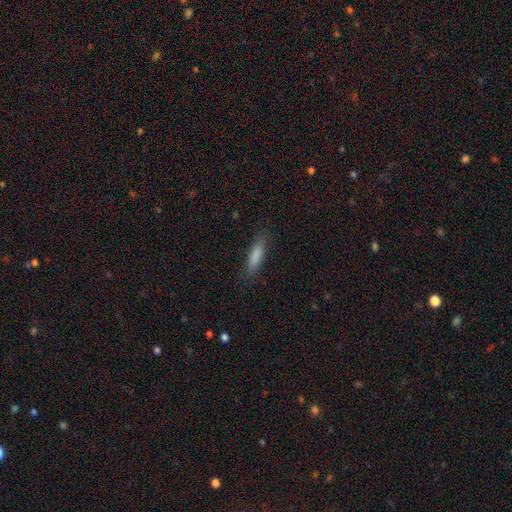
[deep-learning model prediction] smooth-or-featured: smooth: 84% | featured or disk: 9% | star or artifact: 7%
  how-rounded: cigar-shaped: 68% | in between: 30% | round: 2%
  merging: none: 83% | minor disturbance: 13% | major disturbance: 3% | merger: 1%